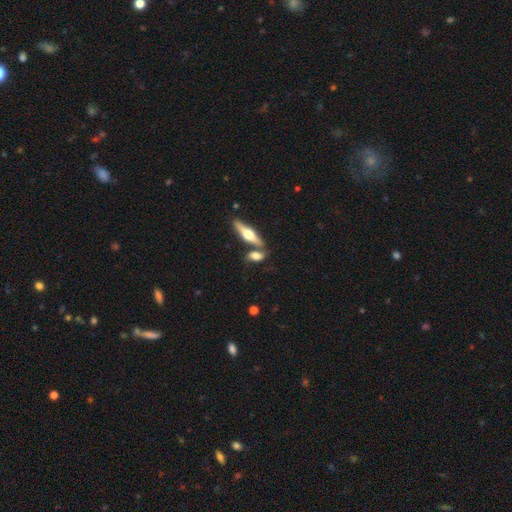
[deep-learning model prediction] Smooth or featured: smooth — 52% (featured or disk — 41%)
How rounded: in between — 59% (cigar-shaped — 32%)
Merging: none — 58% (merger — 25%)